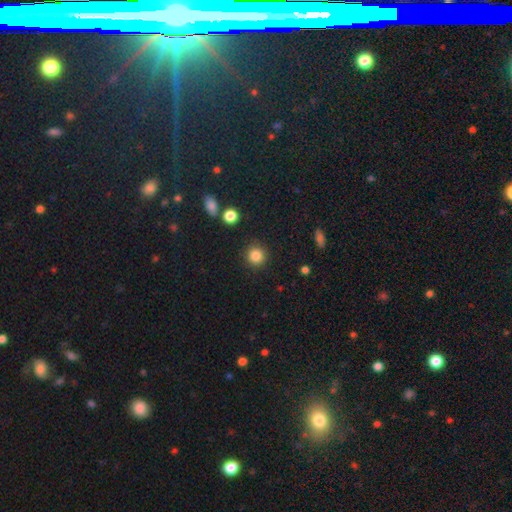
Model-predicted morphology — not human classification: smooth_or_featured: smooth (p=0.85) [alt: star or artifact p=0.11]
how_rounded: round (p=0.92) [alt: in between p=0.07]
merging: none (p=0.90) [alt: minor disturbance p=0.06]